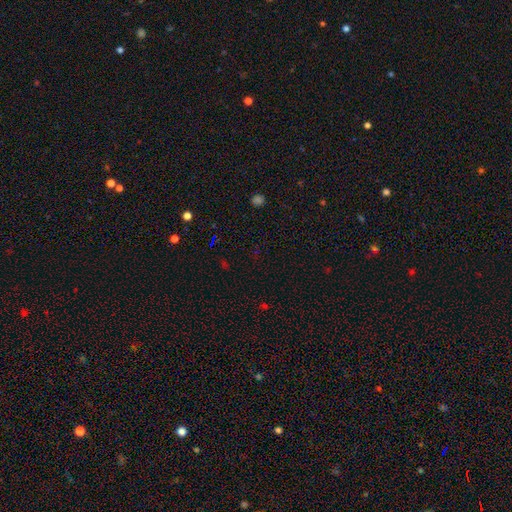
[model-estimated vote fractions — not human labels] Morphology: type=star or artifact (66%).